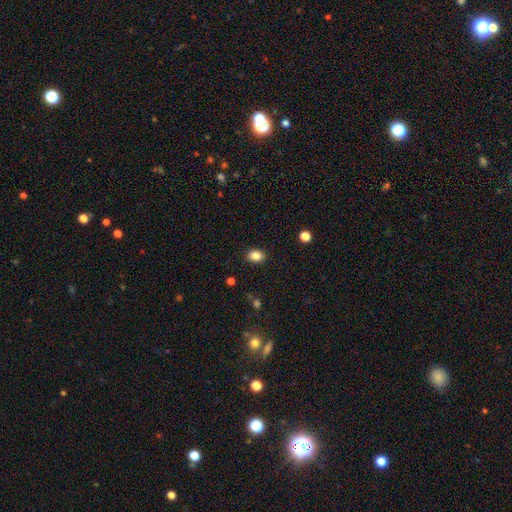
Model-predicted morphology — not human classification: smooth_or_featured: smooth (p=0.86) [alt: star or artifact p=0.10]
how_rounded: in between (p=0.71) [alt: round p=0.28]
merging: none (p=0.88) [alt: minor disturbance p=0.08]